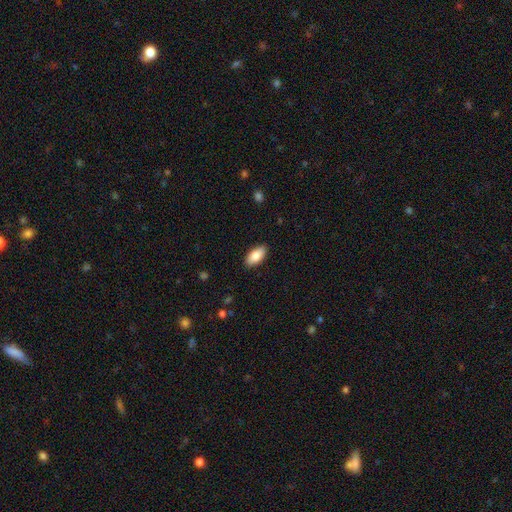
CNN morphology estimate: Smooth or featured? Predicted: smooth (p=0.84). How rounded? Predicted: in between (p=0.91). Merging? Predicted: none (p=0.89).